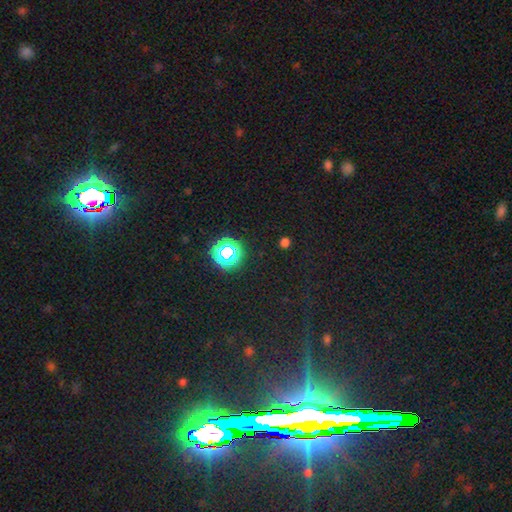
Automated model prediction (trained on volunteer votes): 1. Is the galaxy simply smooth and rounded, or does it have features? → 75% star or artifact, 14% smooth, 10% featured or disk.